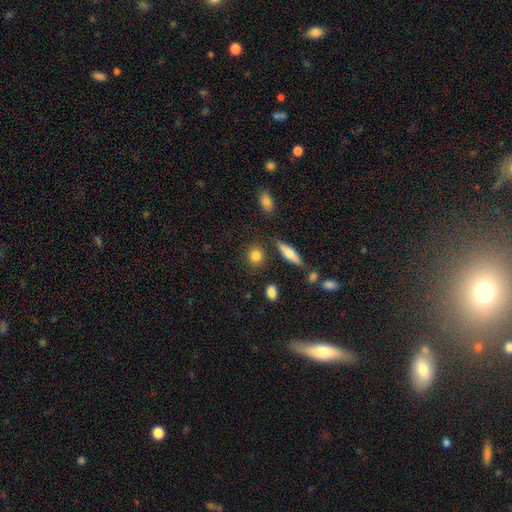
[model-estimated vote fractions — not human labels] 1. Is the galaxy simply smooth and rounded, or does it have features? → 83% smooth, 9% star or artifact, 8% featured or disk.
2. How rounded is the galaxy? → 75% round, 22% in between, 3% cigar-shaped.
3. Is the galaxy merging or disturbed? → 82% none, 10% minor disturbance, 5% merger, 3% major disturbance.